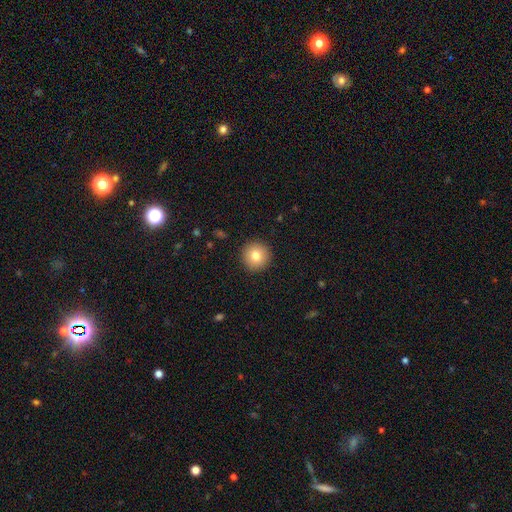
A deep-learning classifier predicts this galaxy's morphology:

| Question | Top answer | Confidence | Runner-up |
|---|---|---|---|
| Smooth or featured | smooth | 79% | featured or disk (11%) |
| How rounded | round | 96% | in between (3%) |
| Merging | none | 92% | minor disturbance (5%) |